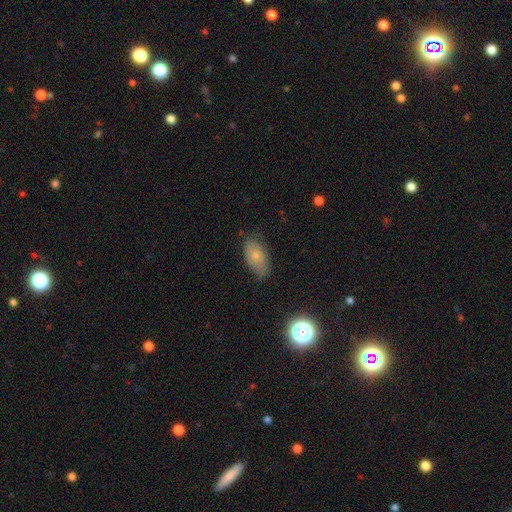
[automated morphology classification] Smooth or featured?
  - smooth: 68% *
  - featured or disk: 23%
  - star or artifact: 9%
How rounded?
  - in between: 91% *
  - round: 5%
  - cigar-shaped: 3%
Merging?
  - none: 65% *
  - minor disturbance: 27%
  - major disturbance: 6%
  - merger: 2%